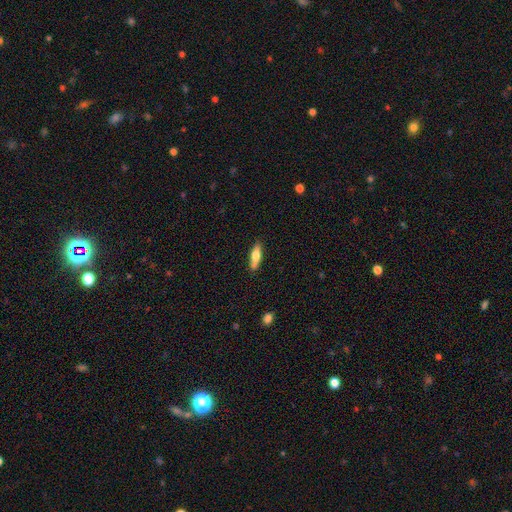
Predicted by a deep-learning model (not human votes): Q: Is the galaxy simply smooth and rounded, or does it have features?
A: smooth — 62%.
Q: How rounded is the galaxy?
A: cigar-shaped — 55%.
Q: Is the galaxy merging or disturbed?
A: none — 83%.